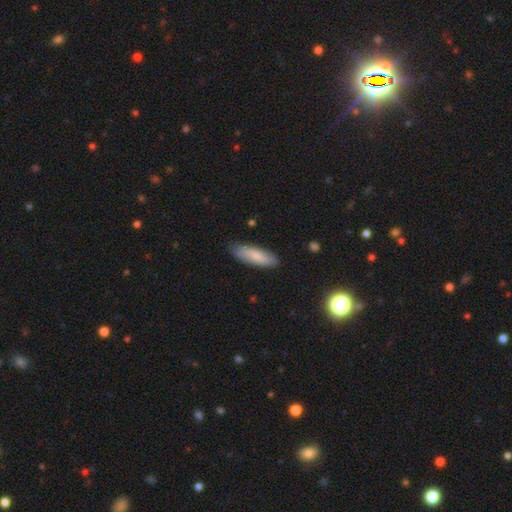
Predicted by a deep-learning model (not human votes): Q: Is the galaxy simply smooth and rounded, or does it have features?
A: smooth — 76%.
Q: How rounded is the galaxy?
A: in between — 50%.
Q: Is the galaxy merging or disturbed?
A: none — 81%.